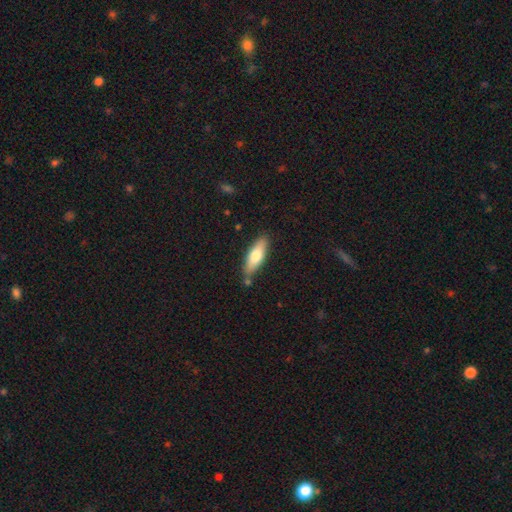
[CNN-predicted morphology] Smooth or featured: smooth — 66% (featured or disk — 29%)
How rounded: in between — 51% (cigar-shaped — 47%)
Merging: none — 76% (minor disturbance — 15%)